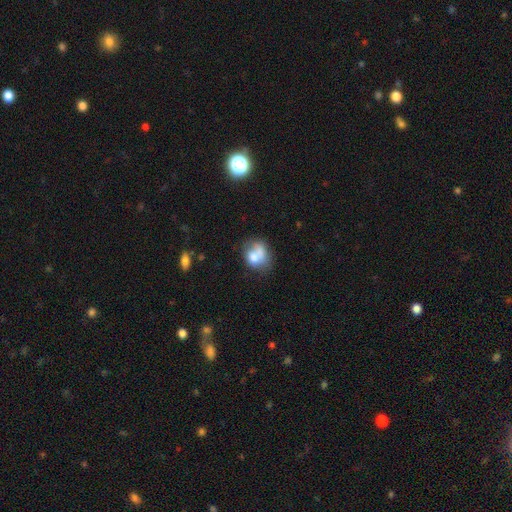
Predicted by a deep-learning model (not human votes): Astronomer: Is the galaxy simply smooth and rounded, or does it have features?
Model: smooth — 66%.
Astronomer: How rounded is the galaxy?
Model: round — 50% (runner-up: in between, 49%).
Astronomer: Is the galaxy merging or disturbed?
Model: merger — 40% (runner-up: none, 29%).